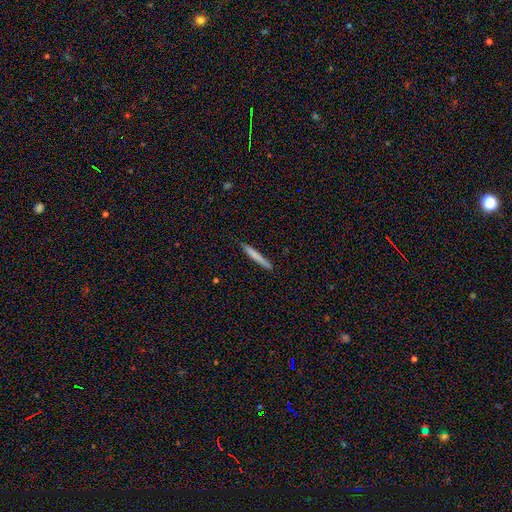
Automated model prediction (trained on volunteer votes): Q: Smooth or featured?
A: smooth (70%); runner-up: featured or disk (24%)
Q: How rounded?
A: cigar-shaped (97%); runner-up: in between (2%)
Q: Merging?
A: none (90%); runner-up: minor disturbance (8%)